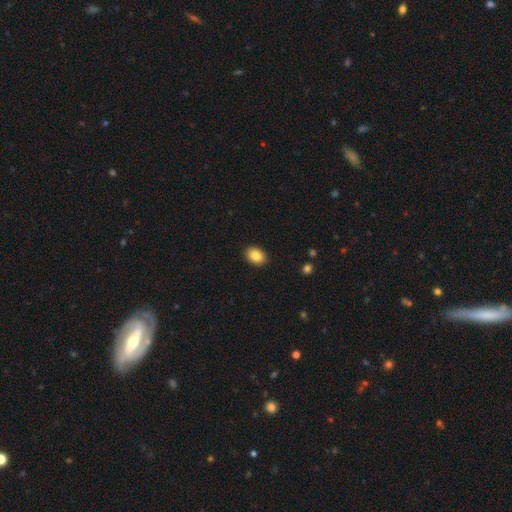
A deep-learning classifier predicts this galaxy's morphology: smooth_or_featured: smooth (p=0.85) [alt: star or artifact p=0.08]
how_rounded: in between (p=0.73) [alt: round p=0.26]
merging: none (p=0.91) [alt: minor disturbance p=0.07]